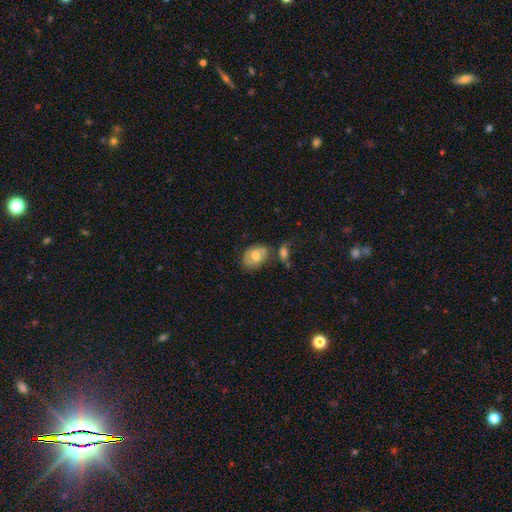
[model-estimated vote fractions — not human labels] Smooth or featured? smooth (54%)
How rounded? in between (75%)
Merging? none (56%)